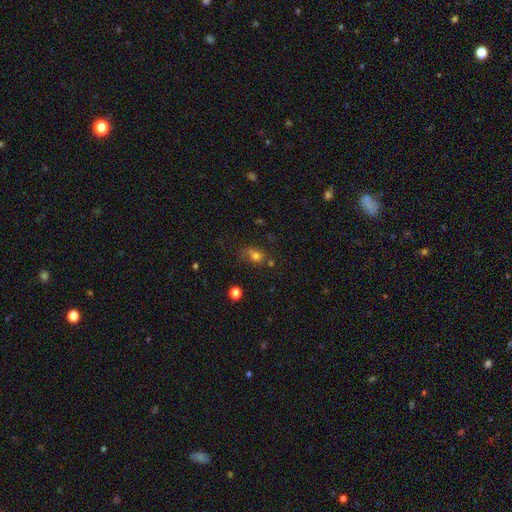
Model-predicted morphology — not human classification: Smooth or featured: smooth — 70% (star or artifact — 19%)
How rounded: round — 64% (in between — 34%)
Merging: none — 50% (minor disturbance — 20%)